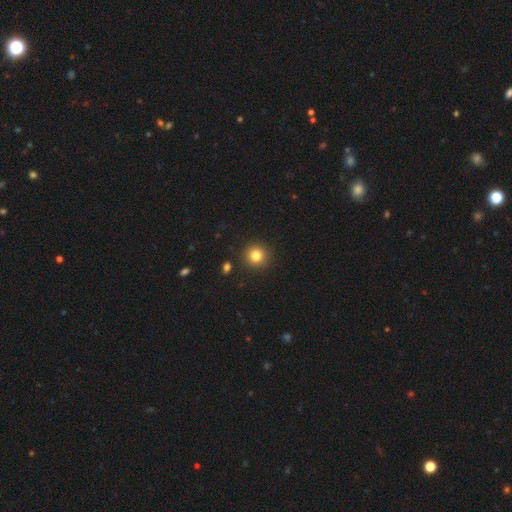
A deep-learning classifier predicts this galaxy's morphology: The model was most divided on "smooth or featured": smooth: 82%, star or artifact: 12%, featured or disk: 6%. More confident: how rounded — round (94%); merging — none (91%).